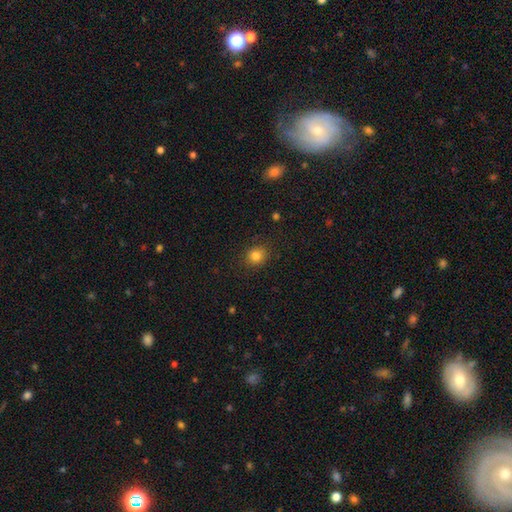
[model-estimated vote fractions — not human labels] Smooth or featured: smooth — 83% (star or artifact — 12%)
How rounded: round — 81% (in between — 18%)
Merging: none — 87% (minor disturbance — 9%)